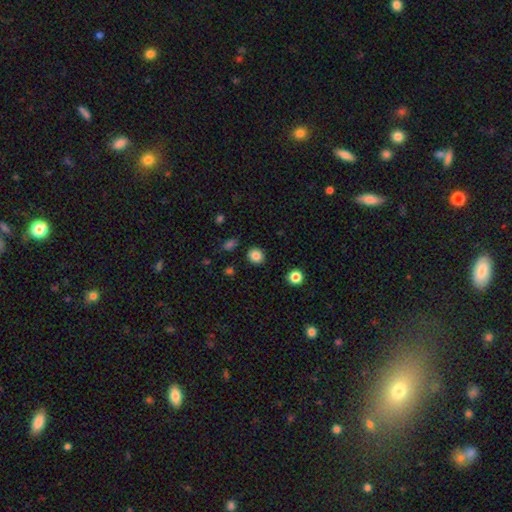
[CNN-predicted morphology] A smooth galaxy with no disk features (84%) that is round (77%). Merging: none (89%).